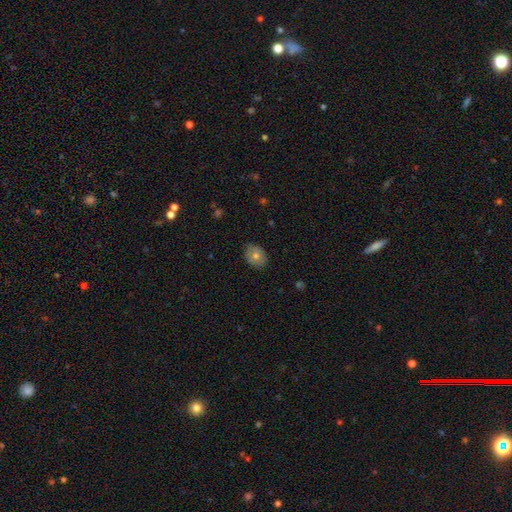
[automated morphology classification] Smooth or featured?
  - smooth: 65% *
  - featured or disk: 26%
  - star or artifact: 9%
How rounded?
  - in between: 56% *
  - round: 43%
  - cigar-shaped: 1%
Merging?
  - none: 82% *
  - minor disturbance: 14%
  - major disturbance: 3%
  - merger: 1%